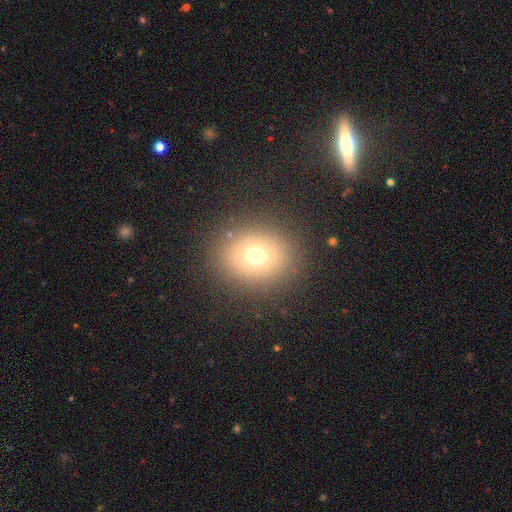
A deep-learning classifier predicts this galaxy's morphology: smooth-or-featured: smooth: 69% | star or artifact: 18% | featured or disk: 13%
  how-rounded: round: 73% | in between: 26% | cigar-shaped: 1%
  merging: none: 87% | minor disturbance: 7% | major disturbance: 4% | merger: 1%